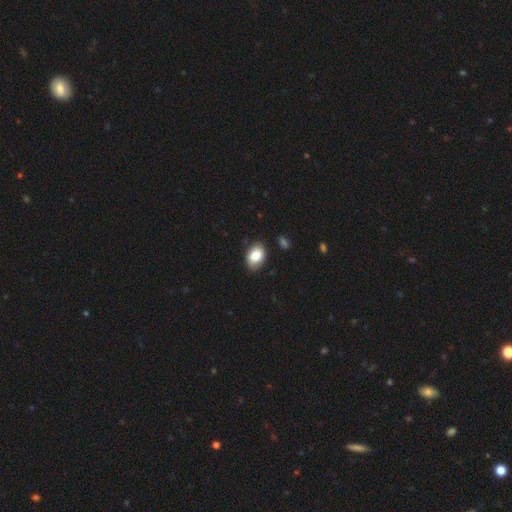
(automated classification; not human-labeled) smooth_or_featured: smooth (p=0.82) [alt: featured or disk p=0.10]
how_rounded: in between (p=0.81) [alt: round p=0.18]
merging: none (p=0.85) [alt: minor disturbance p=0.11]